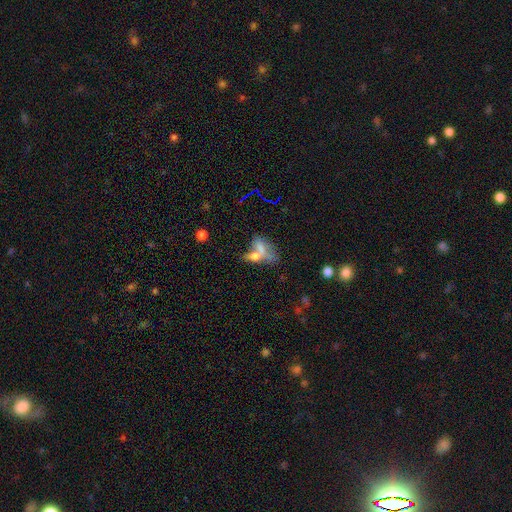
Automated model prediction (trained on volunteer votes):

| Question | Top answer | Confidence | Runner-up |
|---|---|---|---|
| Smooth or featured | smooth | 61% | featured or disk (26%) |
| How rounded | in between | 71% | cigar-shaped (20%) |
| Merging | merger | 56% | none (25%) |